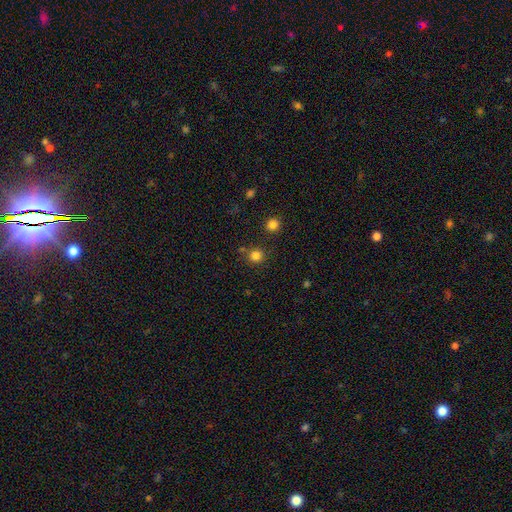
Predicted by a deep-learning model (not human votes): smooth 81%, star or artifact 15%, featured or disk 4%. Down the decision tree: how rounded — round (90%); merging — none (80%).